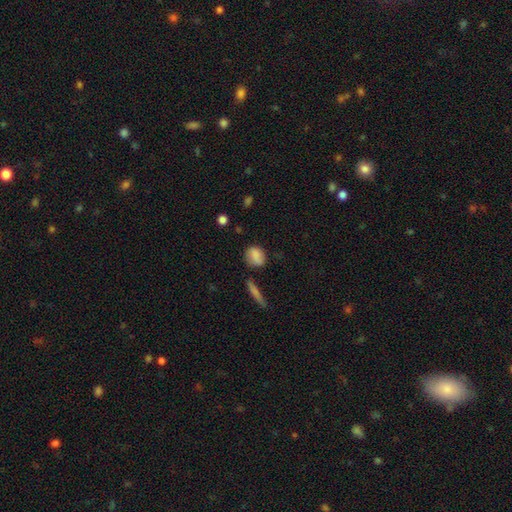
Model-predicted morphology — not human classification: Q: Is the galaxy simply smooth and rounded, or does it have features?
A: smooth — 80%.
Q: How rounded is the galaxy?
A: round — 50%.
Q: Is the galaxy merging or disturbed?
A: none — 63%.